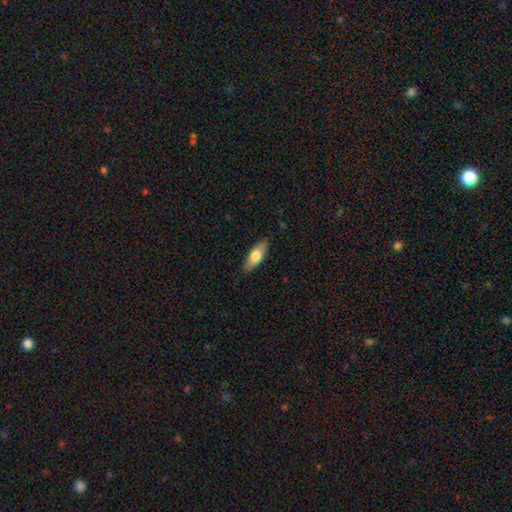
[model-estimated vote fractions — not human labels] This appears to be a smooth galaxy with no disk features (67%) that is in between round and cigar-shaped (64%). Merging: none (87%).